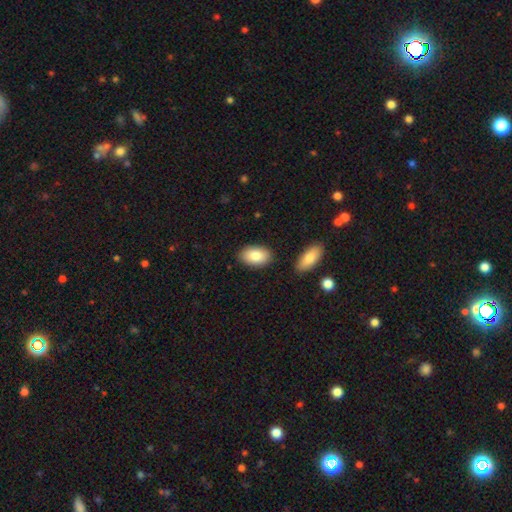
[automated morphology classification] smooth 85%, featured or disk 9%, star or artifact 6%. Down the decision tree: how rounded — in between (93%); merging — none (85%).